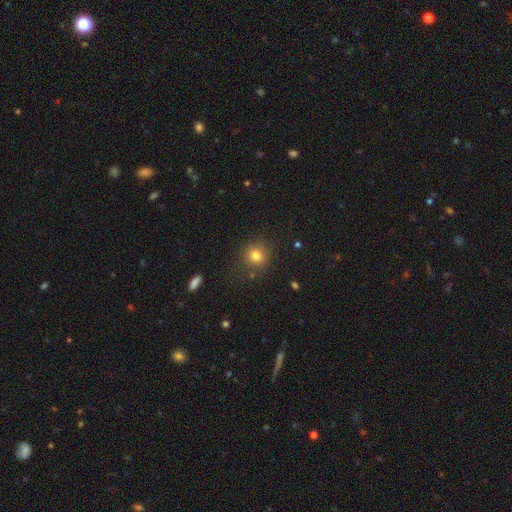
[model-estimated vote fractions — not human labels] The model was most divided on "smooth or featured": smooth: 78%, star or artifact: 14%, featured or disk: 7%. More confident: merging — none (84%); how rounded — round (83%).